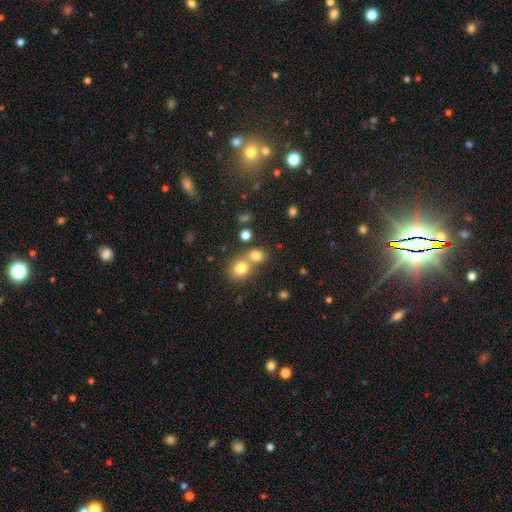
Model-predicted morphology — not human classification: Q: Smooth or featured?
A: smooth (78%); runner-up: star or artifact (13%)
Q: How rounded?
A: round (69%); runner-up: in between (30%)
Q: Merging?
A: merger (48%); runner-up: none (41%)